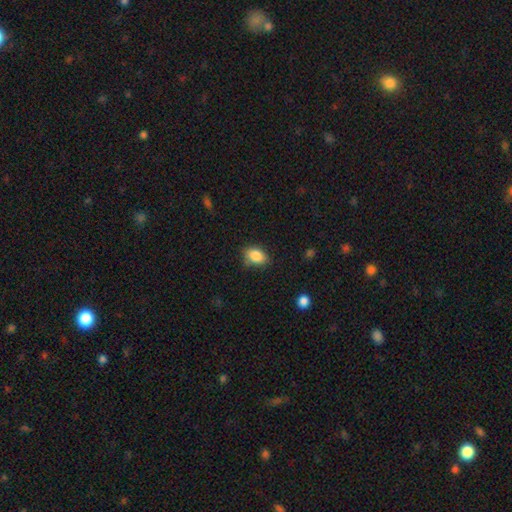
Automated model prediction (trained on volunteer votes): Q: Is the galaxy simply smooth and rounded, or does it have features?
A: smooth — 86%.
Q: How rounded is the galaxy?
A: in between — 80%.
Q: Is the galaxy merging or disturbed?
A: none — 73%.